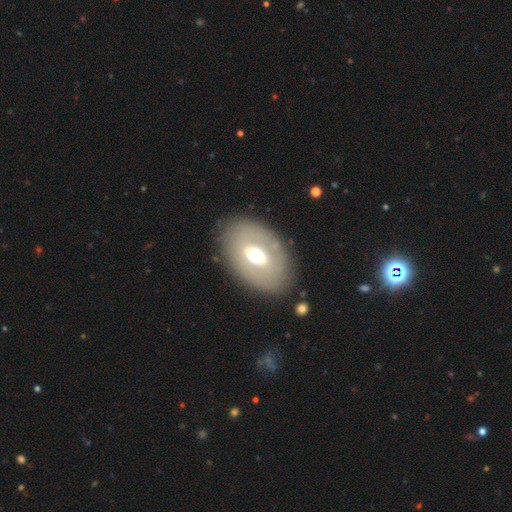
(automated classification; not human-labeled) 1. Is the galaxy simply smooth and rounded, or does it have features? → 48% smooth, 44% featured or disk, 8% star or artifact.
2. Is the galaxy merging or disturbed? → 82% none, 11% minor disturbance, 6% major disturbance, 2% merger.